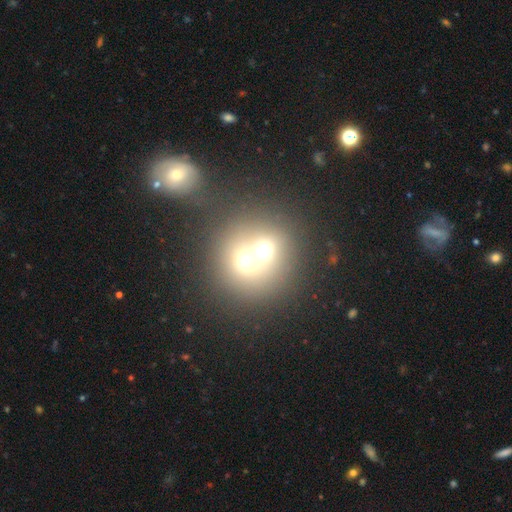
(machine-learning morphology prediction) The model was most divided on "merging": merger: 64%, none: 28%, minor disturbance: 5%, major disturbance: 3%. More confident: how rounded — round (83%); smooth or featured — smooth (64%).